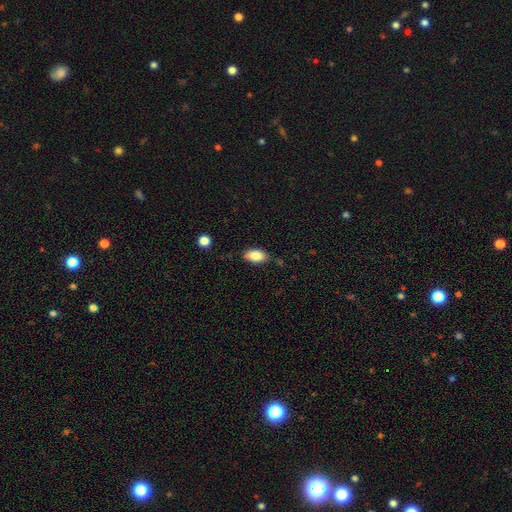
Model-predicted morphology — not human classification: The model was most divided on "merging": none: 81%, minor disturbance: 14%, major disturbance: 2%, merger: 2%. More confident: how rounded — in between (92%); smooth or featured — smooth (84%).